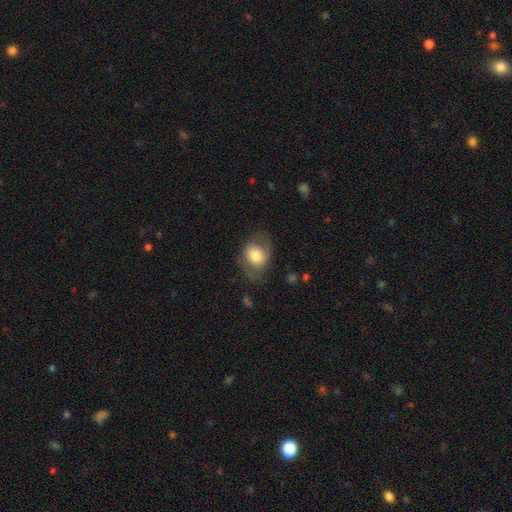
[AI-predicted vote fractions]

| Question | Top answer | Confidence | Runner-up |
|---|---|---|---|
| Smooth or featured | smooth | 58% | featured or disk (35%) |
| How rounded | in between | 55% | round (44%) |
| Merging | none | 58% | minor disturbance (24%) |